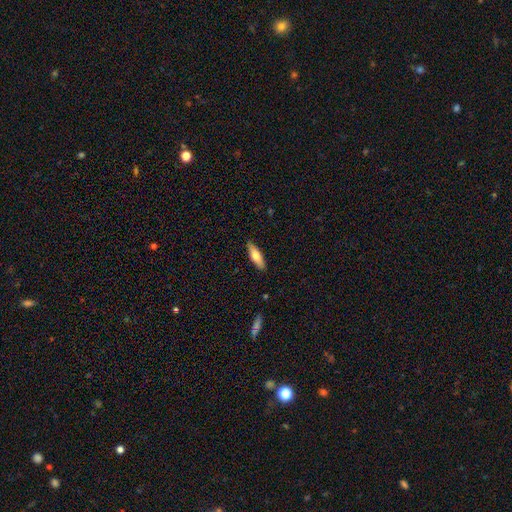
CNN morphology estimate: Smooth or featured? Predicted: smooth (p=0.70). How rounded? Predicted: cigar-shaped (p=0.53). Merging? Predicted: none (p=0.87).